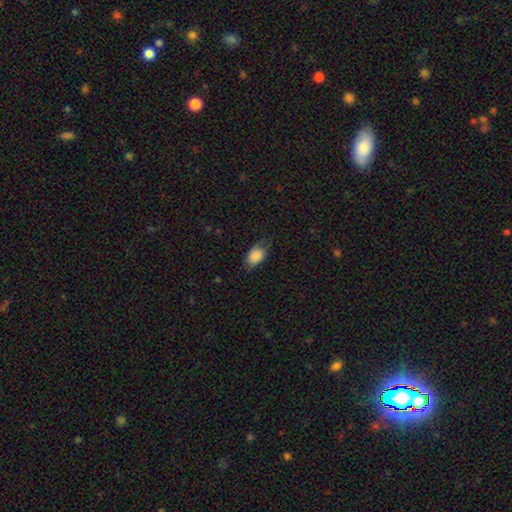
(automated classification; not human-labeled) smooth_or_featured: smooth (p=0.86) [alt: star or artifact p=0.07]
how_rounded: in between (p=0.84) [alt: round p=0.14]
merging: none (p=0.64) [alt: minor disturbance p=0.27]